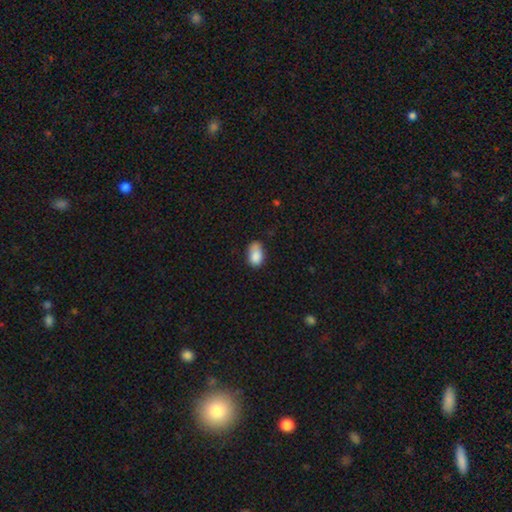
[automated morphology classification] A smooth galaxy with no disk features (85%) that is in between round and cigar-shaped (89%). Merging: none (54%).